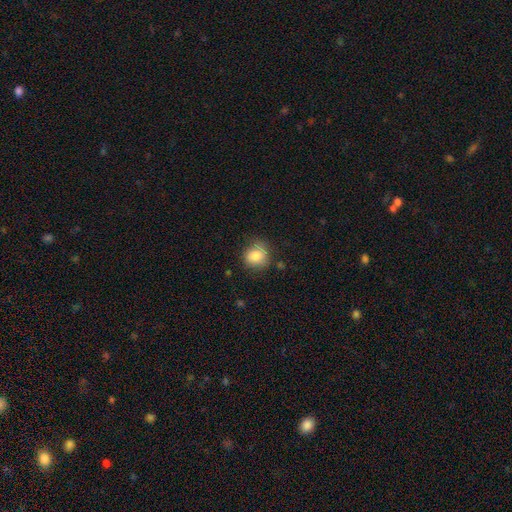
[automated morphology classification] Q: Smooth or featured?
A: smooth (82%); runner-up: featured or disk (9%)
Q: How rounded?
A: round (76%); runner-up: in between (23%)
Q: Merging?
A: none (68%); runner-up: minor disturbance (23%)